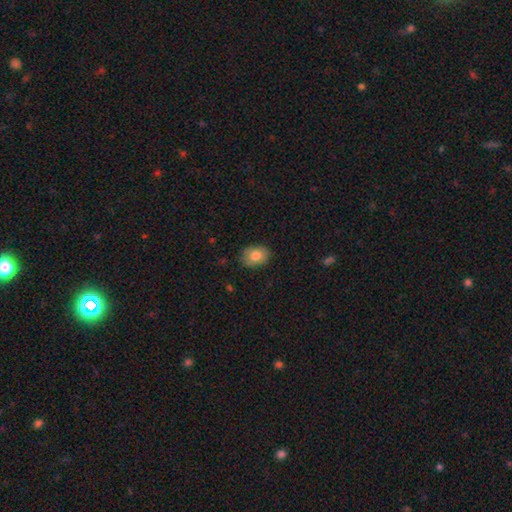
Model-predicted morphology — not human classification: smooth 77%, featured or disk 15%, star or artifact 8%. Down the decision tree: how rounded — in between (69%); merging — none (82%).